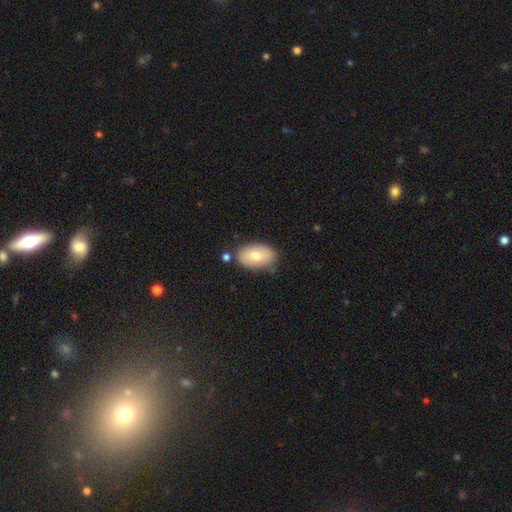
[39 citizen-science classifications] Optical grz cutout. It shows a smooth galaxy with no disk features (67%) that is in between round and cigar-shaped (85%). Merging: none (77%).